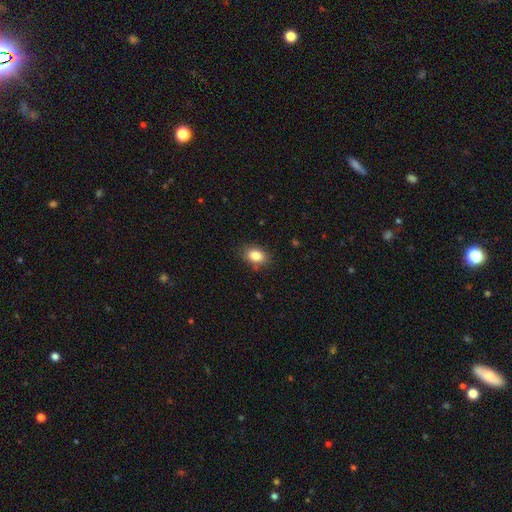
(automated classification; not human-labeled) This is clearly a smooth galaxy (85%). How rounded: likely in between (80%). Merging: clearly none (85%).